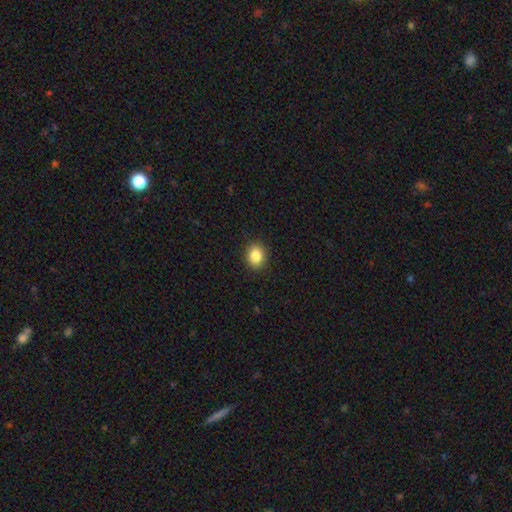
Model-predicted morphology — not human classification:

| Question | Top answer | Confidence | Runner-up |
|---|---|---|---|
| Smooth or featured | smooth | 86% | star or artifact (9%) |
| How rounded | round | 58% | in between (41%) |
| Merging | none | 90% | minor disturbance (7%) |